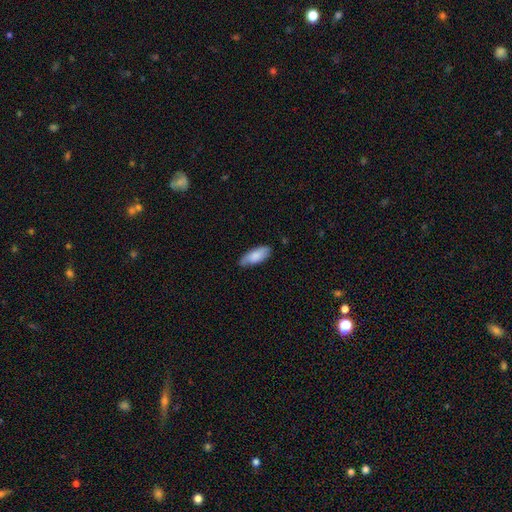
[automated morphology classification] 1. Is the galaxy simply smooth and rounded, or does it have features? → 80% smooth, 14% featured or disk, 6% star or artifact.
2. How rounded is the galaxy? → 78% in between, 21% cigar-shaped, 2% round.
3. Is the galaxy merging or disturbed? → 79% none, 18% minor disturbance, 3% major disturbance, 1% merger.